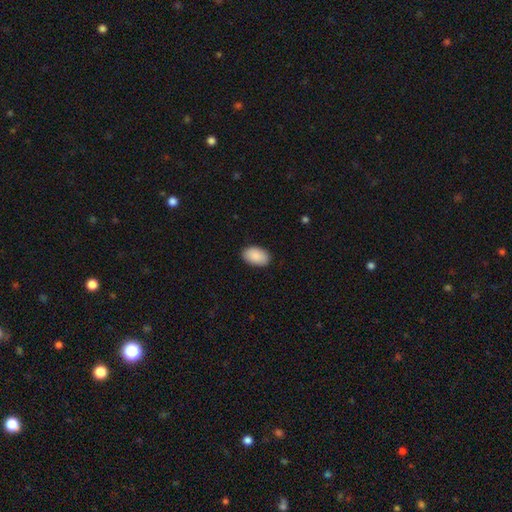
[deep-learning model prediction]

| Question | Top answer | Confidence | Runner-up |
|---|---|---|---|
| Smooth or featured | smooth | 91% | star or artifact (6%) |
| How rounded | in between | 93% | round (6%) |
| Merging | none | 89% | minor disturbance (9%) |